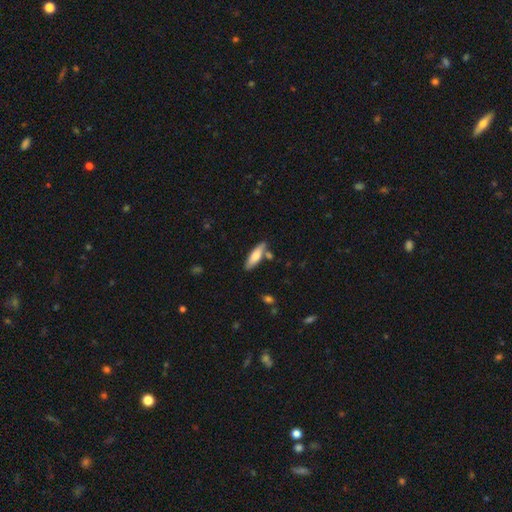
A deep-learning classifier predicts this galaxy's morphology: The model was most divided on "how rounded": in between: 50%, cigar-shaped: 49%, round: 2%. More confident: merging — none (75%); smooth or featured — smooth (71%).